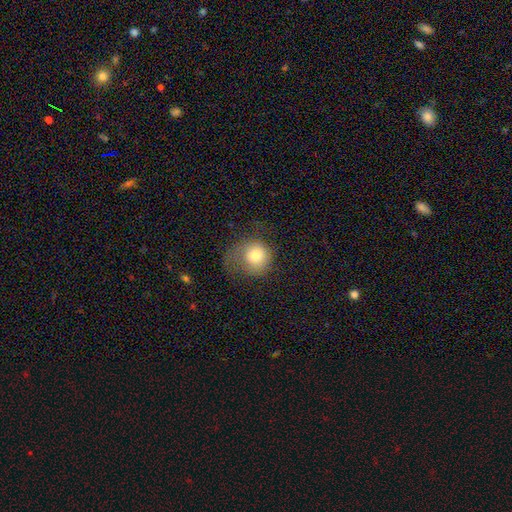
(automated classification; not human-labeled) smooth-or-featured: smooth: 76% | featured or disk: 14% | star or artifact: 9%
  how-rounded: round: 81% | in between: 18% | cigar-shaped: 1%
  merging: none: 40% | major disturbance: 31% | minor disturbance: 27% | merger: 2%